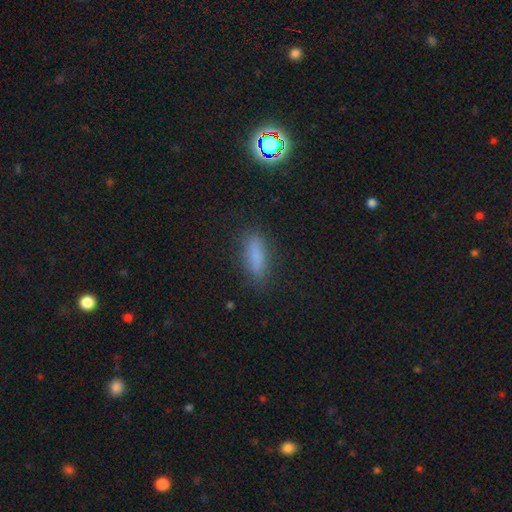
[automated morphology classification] Q: Smooth or featured?
A: smooth (80%); runner-up: star or artifact (11%)
Q: How rounded?
A: cigar-shaped (49%); runner-up: in between (48%)
Q: Merging?
A: none (83%); runner-up: minor disturbance (12%)